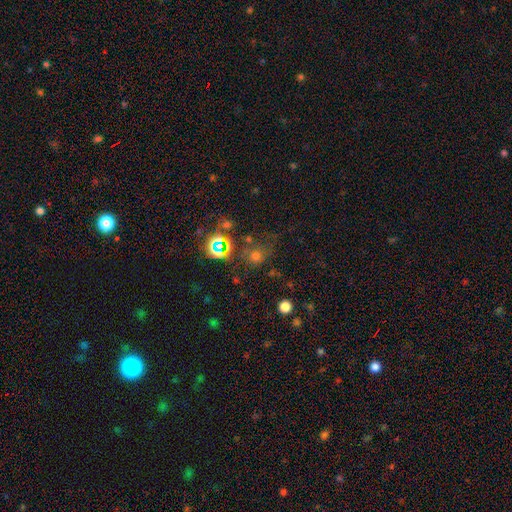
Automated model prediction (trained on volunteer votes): smooth 57%, star or artifact 33%, featured or disk 10%. Down the decision tree: how rounded — round (81%); merging — none (63%).